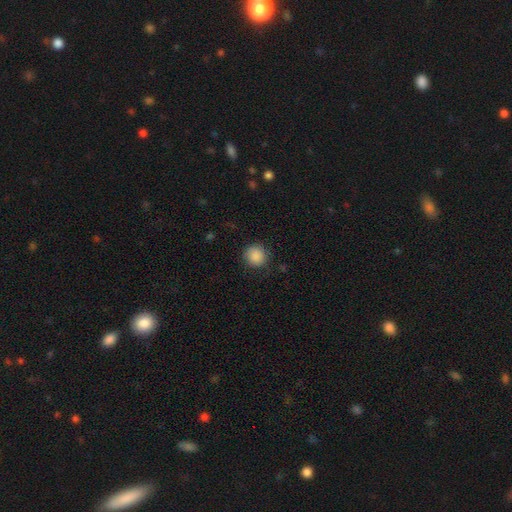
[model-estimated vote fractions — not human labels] Smooth or featured? smooth (88%)
How rounded? round (91%)
Merging? none (87%)